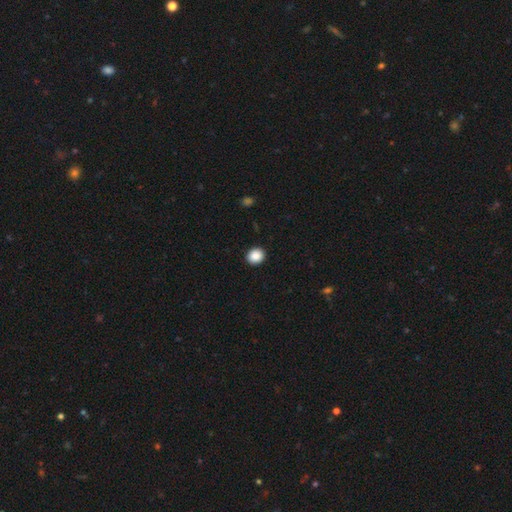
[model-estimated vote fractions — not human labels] A smooth galaxy with no disk features (88%) that is round (74%). Merging: none (92%).